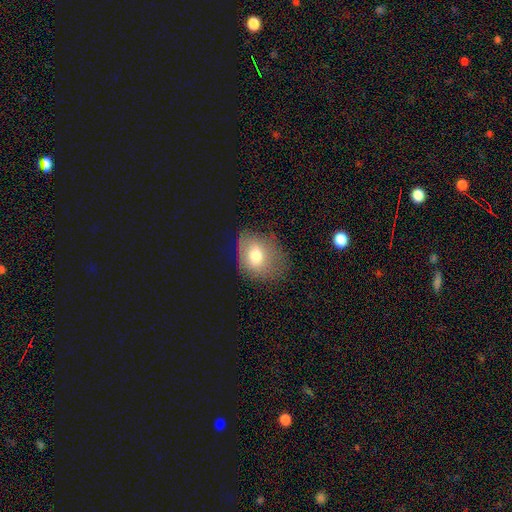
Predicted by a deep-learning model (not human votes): The model was most divided on "how rounded": in between: 60%, round: 39%, cigar-shaped: 1%. More confident: smooth or featured — smooth (69%); merging — none (54%).